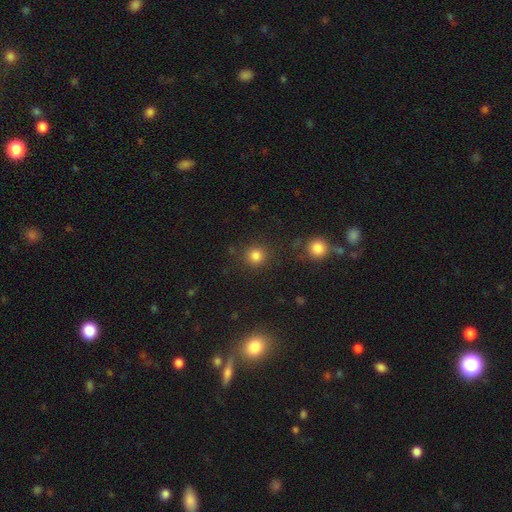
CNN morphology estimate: The model was most divided on "smooth or featured": smooth: 82%, star or artifact: 13%, featured or disk: 5%. More confident: how rounded — round (92%); merging — none (86%).